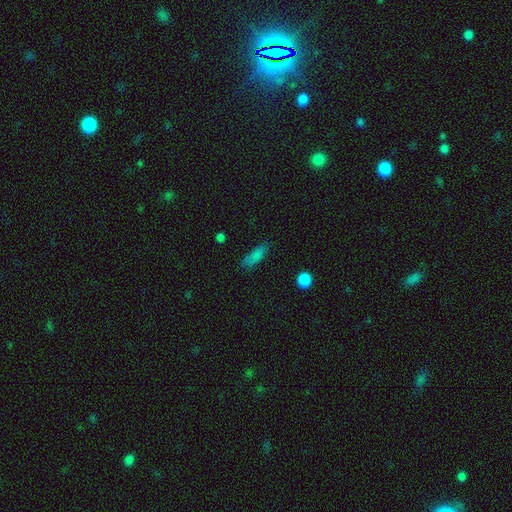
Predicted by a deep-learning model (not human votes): Smooth or featured? Predicted: smooth (p=0.81). How rounded? Predicted: in between (p=0.56). Merging? Predicted: none (p=0.75).